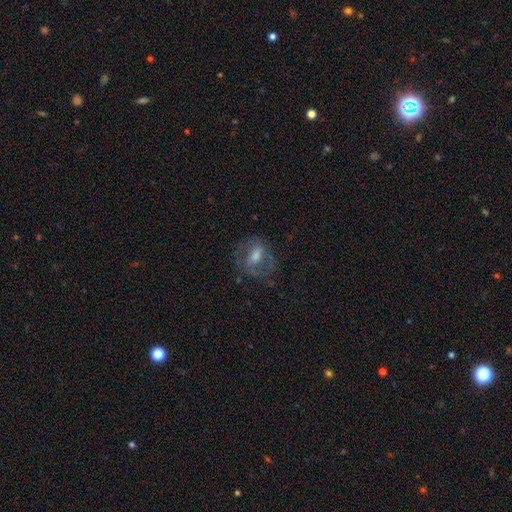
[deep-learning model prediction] Morphology: type=featured or disk (65%); edge-on=no (95%); bar=weak (44%); spiral arms=yes (73%); bulge=moderate (53%); merging=none (68%).